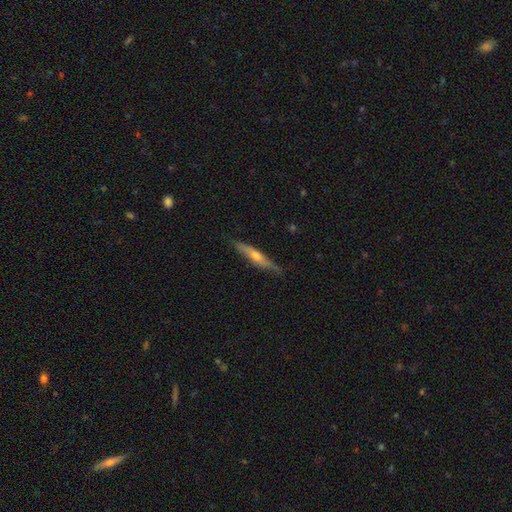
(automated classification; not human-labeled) Morphology: type=featured or disk (55%); edge-on=yes (91%); edge-on bulge=rounded (79%); merging=none (81%).